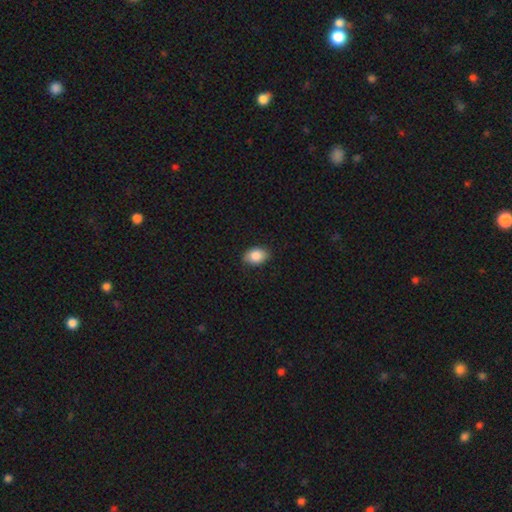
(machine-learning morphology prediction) smooth 86%, star or artifact 8%, featured or disk 7%. Down the decision tree: how rounded — in between (81%); merging — none (85%).